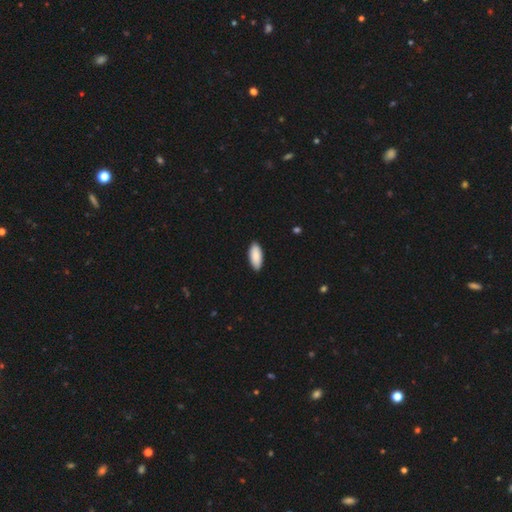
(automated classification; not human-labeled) Smooth or featured? Predicted: smooth (p=0.90). How rounded? Predicted: in between (p=0.88). Merging? Predicted: none (p=0.89).